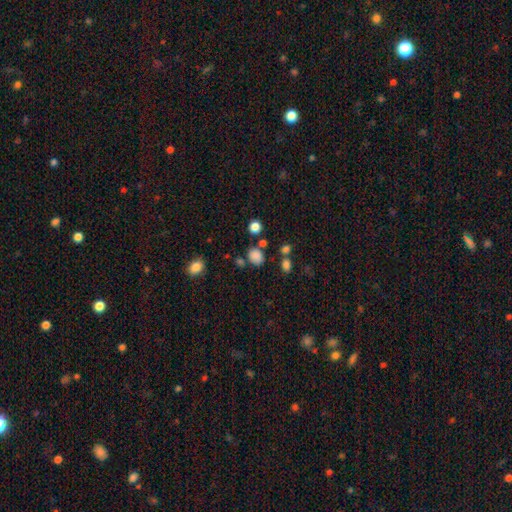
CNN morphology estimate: A smooth galaxy with no disk features (80%) that is round (58%).

Vote fractions:
- Smooth or featured? smooth: 80% / star or artifact: 14% / featured or disk: 6%
- How rounded? round: 58% / in between: 41% / cigar-shaped: 1%
- Merging? none: 67% / minor disturbance: 17% / merger: 10% / major disturbance: 6%